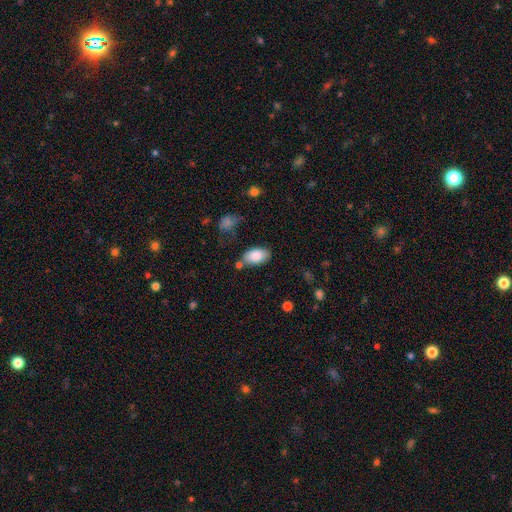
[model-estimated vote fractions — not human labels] Smooth or featured?
  - smooth: 86% *
  - featured or disk: 7%
  - star or artifact: 7%
How rounded?
  - in between: 94% *
  - round: 4%
  - cigar-shaped: 2%
Merging?
  - none: 69% *
  - minor disturbance: 18%
  - merger: 9%
  - major disturbance: 5%